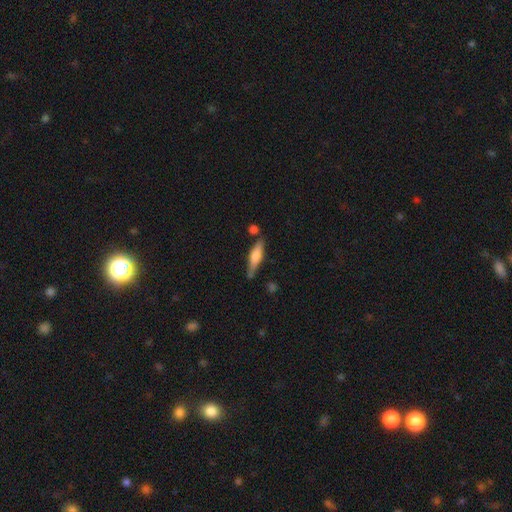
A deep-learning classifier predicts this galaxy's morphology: Overall: smooth (51%; featured or disk 42%). How rounded: cigar-shaped (70%). Merging: none (71%).